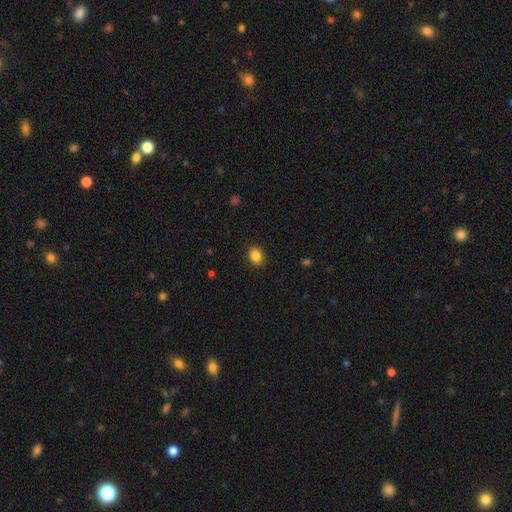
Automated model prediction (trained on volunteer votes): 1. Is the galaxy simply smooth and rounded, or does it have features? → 86% smooth, 10% star or artifact, 4% featured or disk.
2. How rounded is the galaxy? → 55% round, 44% in between, 1% cigar-shaped.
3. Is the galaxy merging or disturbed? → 89% none, 7% minor disturbance, 2% major disturbance, 1% merger.